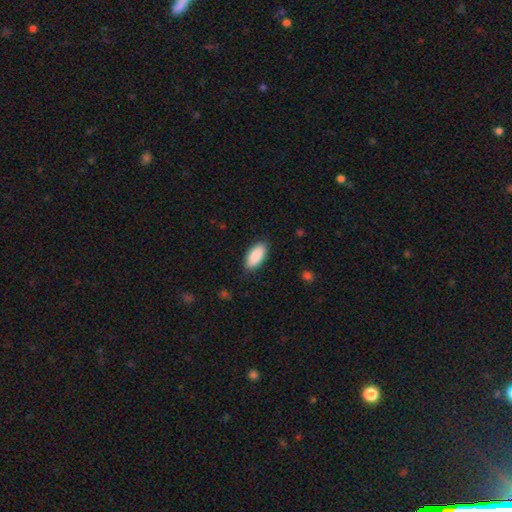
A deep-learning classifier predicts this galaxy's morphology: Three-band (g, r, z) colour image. It shows a smooth galaxy with no disk features (89%) that is in between round and cigar-shaped (91%). Merging: none (86%).